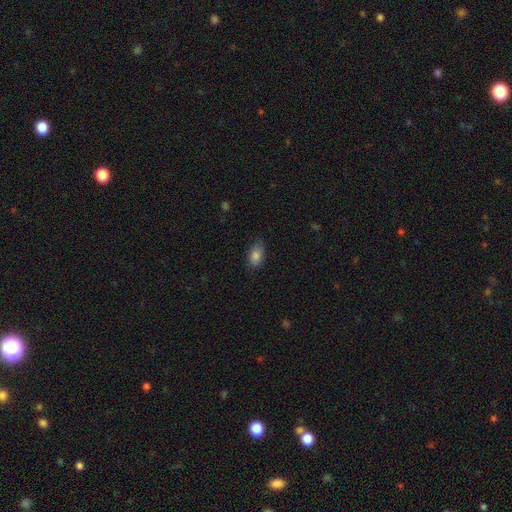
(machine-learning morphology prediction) smooth-or-featured: smooth: 84% | star or artifact: 8% | featured or disk: 8%
  how-rounded: in between: 89% | round: 8% | cigar-shaped: 3%
  merging: none: 78% | minor disturbance: 18% | major disturbance: 3% | merger: 1%